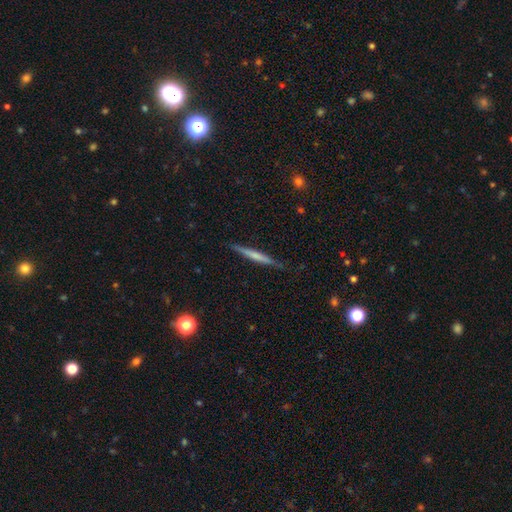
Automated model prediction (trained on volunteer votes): Smooth or featured?
  - smooth: 47% * (tied)
  - featured or disk: 47% * (tied)
  - star or artifact: 6%
Merging?
  - none: 85% *
  - minor disturbance: 11%
  - major disturbance: 2%
  - merger: 1%